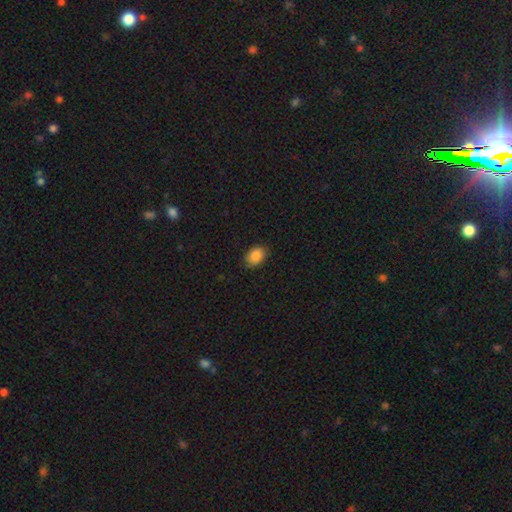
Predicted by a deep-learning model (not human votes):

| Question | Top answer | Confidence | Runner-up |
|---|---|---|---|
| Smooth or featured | smooth | 88% | star or artifact (8%) |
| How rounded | in between | 78% | round (21%) |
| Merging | none | 85% | minor disturbance (12%) |